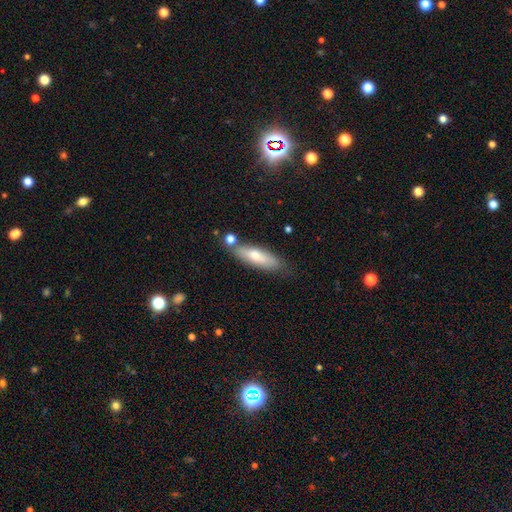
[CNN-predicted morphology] A smooth galaxy with no disk features (65%) that is cigar-shaped (57%).

Vote fractions:
- Smooth or featured? smooth: 65% / featured or disk: 29% / star or artifact: 7%
- How rounded? cigar-shaped: 57% / in between: 41% / round: 2%
- Merging? none: 70% / minor disturbance: 17% / merger: 9% / major disturbance: 4%